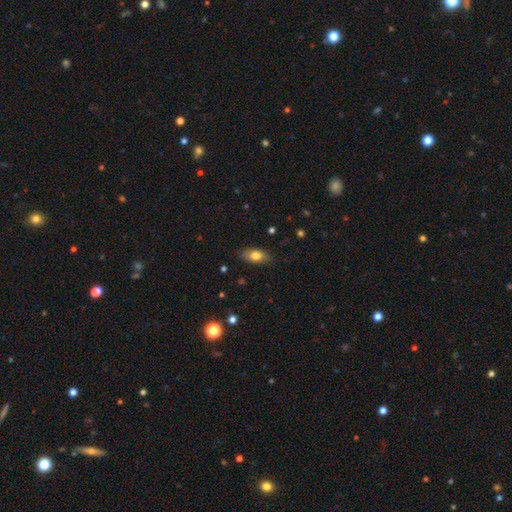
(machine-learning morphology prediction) Smooth or featured: smooth — 77% (featured or disk — 15%)
How rounded: in between — 86% (cigar-shaped — 10%)
Merging: none — 83% (minor disturbance — 13%)